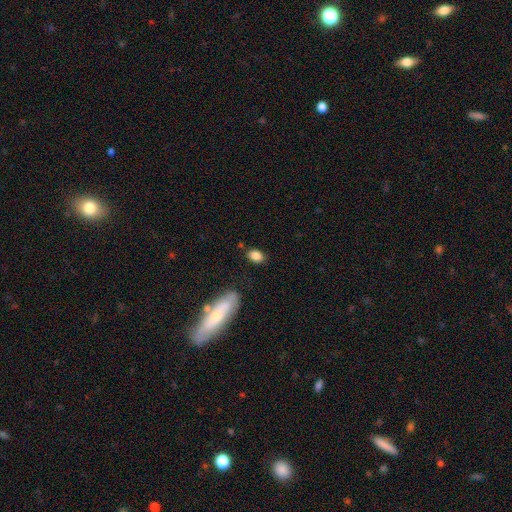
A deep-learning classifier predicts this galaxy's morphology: A smooth galaxy with no disk features (84%) that is in between round and cigar-shaped (84%). Merging: none (79%).